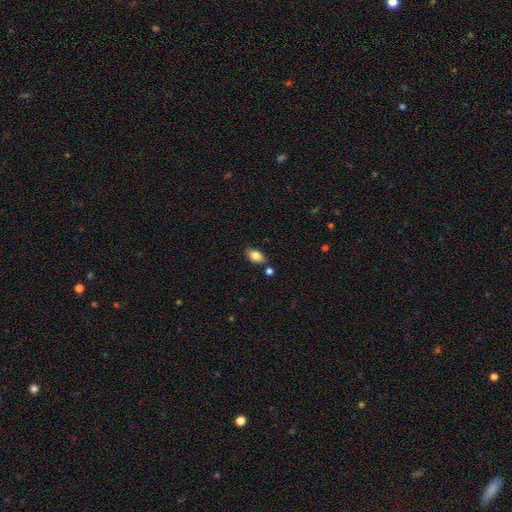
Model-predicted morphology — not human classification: Smooth or featured? Predicted: smooth (p=0.83). How rounded? Predicted: in between (p=0.89). Merging? Predicted: none (p=0.79).